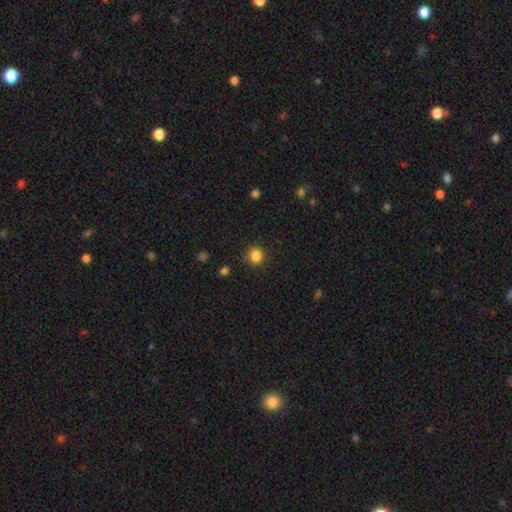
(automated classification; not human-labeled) smooth_or_featured: smooth (p=0.85) [alt: star or artifact p=0.11]
how_rounded: round (p=0.83) [alt: in between p=0.16]
merging: none (p=0.87) [alt: minor disturbance p=0.09]